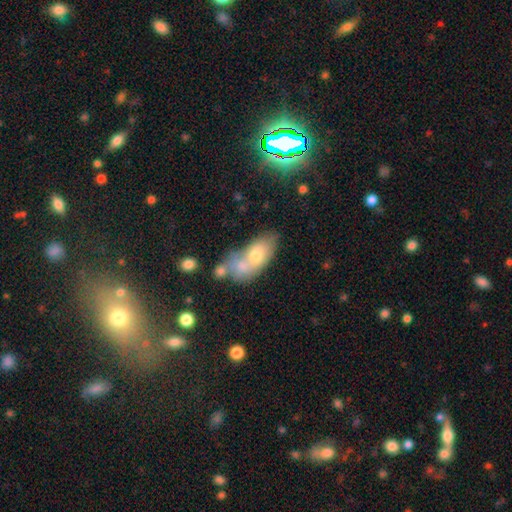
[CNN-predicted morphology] smooth_or_featured: smooth (p=0.67) [alt: featured or disk p=0.25]
how_rounded: in between (p=0.86) [alt: round p=0.08]
merging: merger (p=0.55) [alt: none p=0.26]